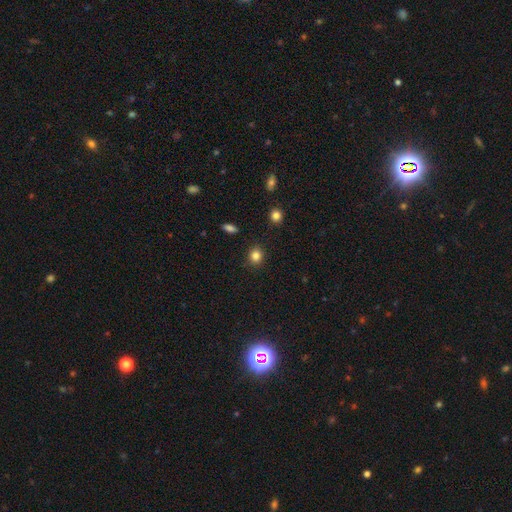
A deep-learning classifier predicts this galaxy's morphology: This is clearly a smooth galaxy (84%). How rounded: likely round (77%). Merging: clearly none (88%).